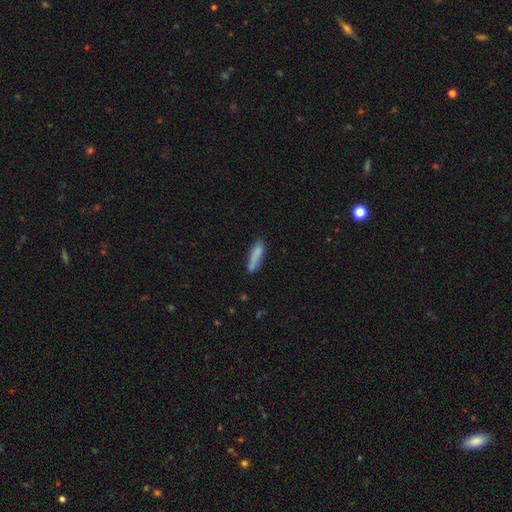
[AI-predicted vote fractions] Morphology: type=smooth (83%); roundness=cigar-shaped (79%); merging=none (73%).